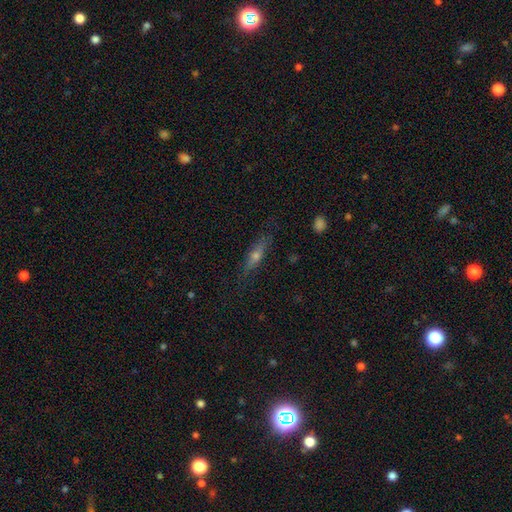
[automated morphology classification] This is possibly a featured or disk galaxy (52%). It is clearly viewed edge-on (88%). Merging: clearly none (82%).